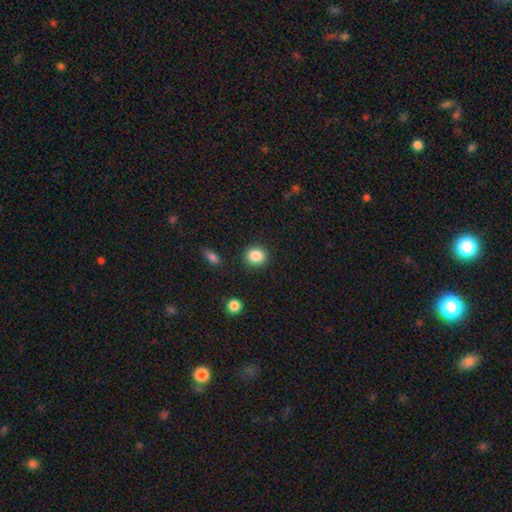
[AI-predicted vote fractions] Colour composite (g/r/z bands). It shows a smooth galaxy with no disk features (86%) that is round (77%). Merging: none (88%).